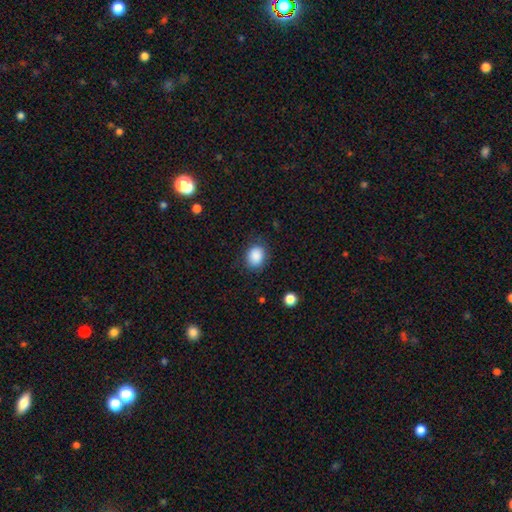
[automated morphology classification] Overall: smooth (88%). How rounded: round (52%; in between 47%). Merging: none (82%).